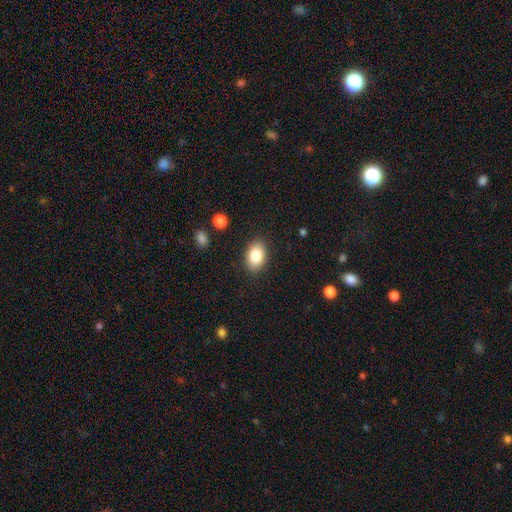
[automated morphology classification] smooth-or-featured: smooth: 84% | featured or disk: 8% | star or artifact: 8%
  how-rounded: in between: 85% | round: 14% | cigar-shaped: 1%
  merging: none: 87% | minor disturbance: 9% | major disturbance: 3% | merger: 1%